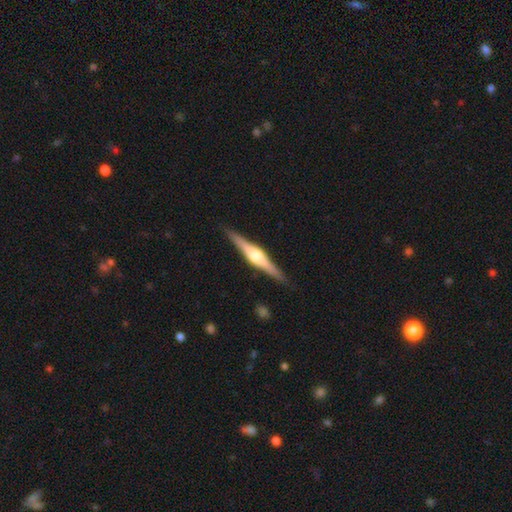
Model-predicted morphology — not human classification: type=featured or disk (77%); edge-on=yes (98%); edge-on bulge=rounded (91%); merging=none (89%).